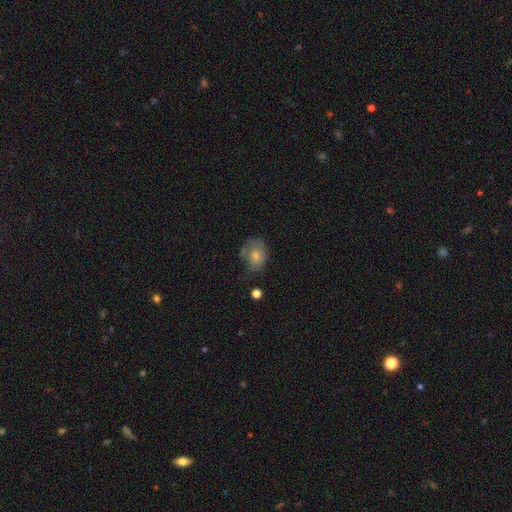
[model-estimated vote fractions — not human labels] Smooth or featured? Predicted: smooth (p=0.55). How rounded? Predicted: in between (p=0.53). Merging? Predicted: none (p=0.50).